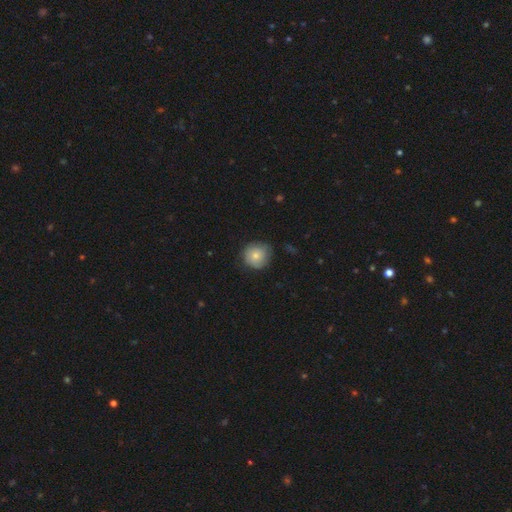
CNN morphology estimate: A smooth galaxy with no disk features (74%) that is round (91%).

Vote fractions:
- Smooth or featured? smooth: 74% / featured or disk: 18% / star or artifact: 7%
- How rounded? round: 91% / in between: 8% / cigar-shaped: 1%
- Merging? none: 72% / minor disturbance: 22% / major disturbance: 4% / merger: 1%